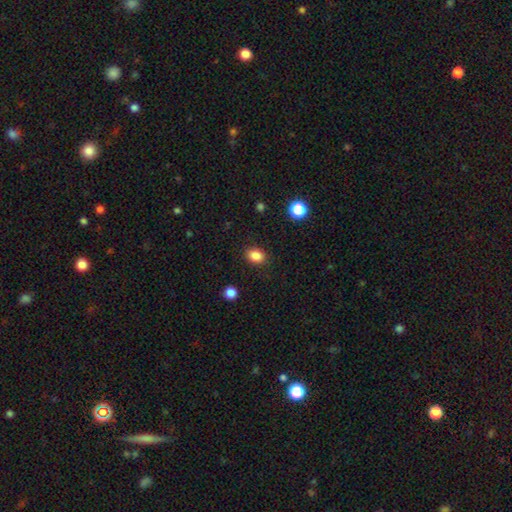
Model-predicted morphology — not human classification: smooth_or_featured: smooth (p=0.86) [alt: star or artifact p=0.10]
how_rounded: in between (p=0.67) [alt: round p=0.32]
merging: none (p=0.87) [alt: minor disturbance p=0.09]